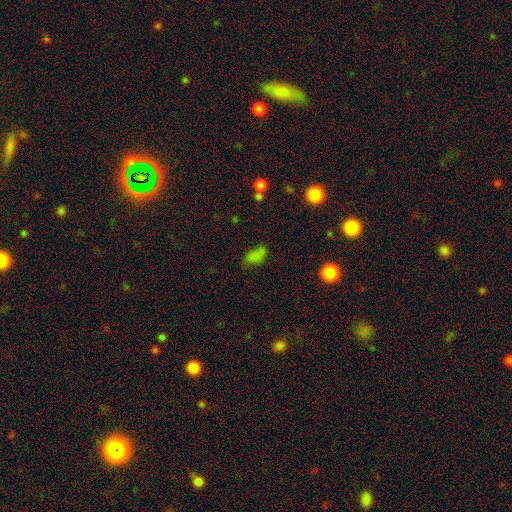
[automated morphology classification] type=smooth (72%); roundness=in between (89%); merging=none (54%).